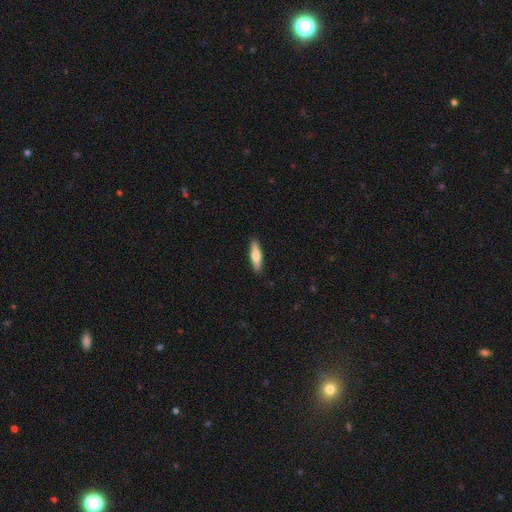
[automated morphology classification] smooth-or-featured: smooth: 57% | featured or disk: 37% | star or artifact: 5%
  how-rounded: cigar-shaped: 67% | in between: 31% | round: 2%
  merging: none: 90% | minor disturbance: 7% | major disturbance: 2% | merger: 1%